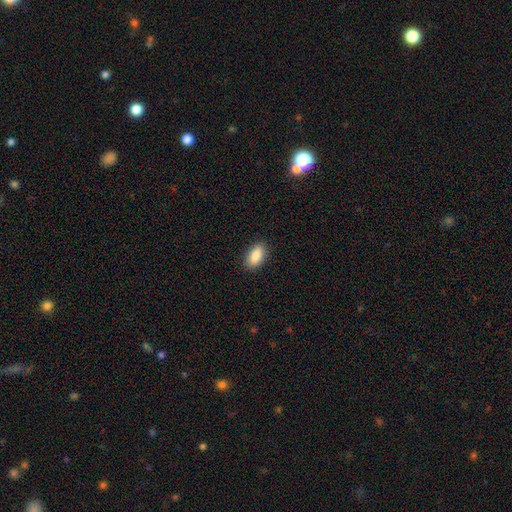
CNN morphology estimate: Overall: smooth (90%). How rounded: in between (92%). Merging: none (88%).